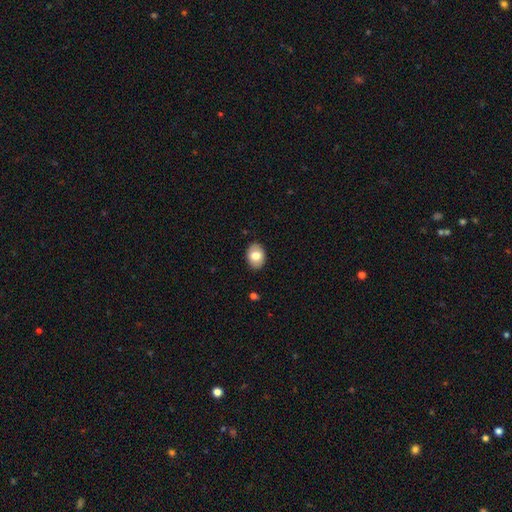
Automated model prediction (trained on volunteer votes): Smooth or featured?
  - smooth: 77% *
  - featured or disk: 16%
  - star or artifact: 7%
How rounded?
  - in between: 76% *
  - round: 23%
  - cigar-shaped: 1%
Merging?
  - none: 88% *
  - minor disturbance: 9%
  - major disturbance: 2%
  - merger: 1%